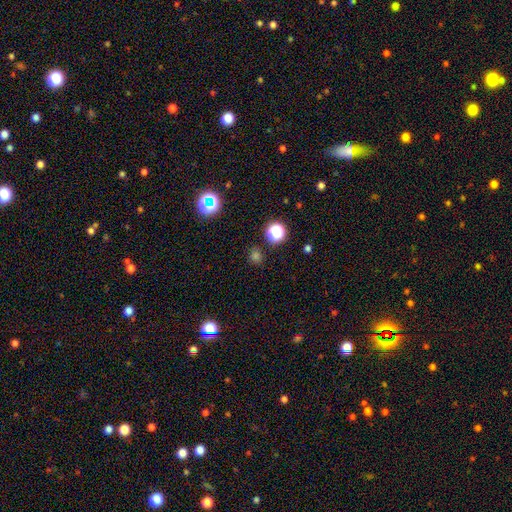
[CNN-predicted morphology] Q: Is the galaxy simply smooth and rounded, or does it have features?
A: smooth — 59%.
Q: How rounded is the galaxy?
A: round — 88%.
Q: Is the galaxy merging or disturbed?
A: none — 87%.